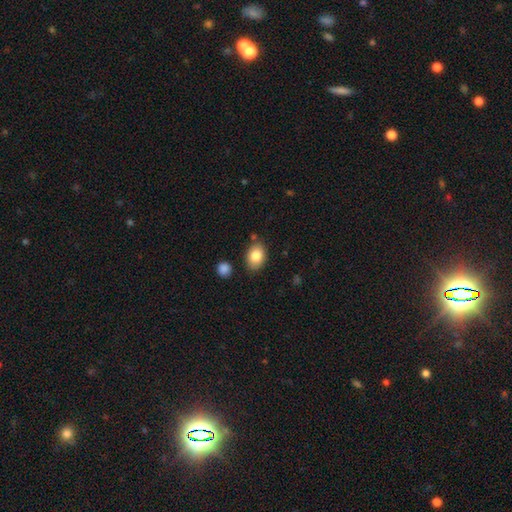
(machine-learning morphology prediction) Smooth or featured?
  - smooth: 83% *
  - featured or disk: 9%
  - star or artifact: 8%
How rounded?
  - in between: 81% *
  - round: 18%
  - cigar-shaped: 1%
Merging?
  - none: 80% *
  - minor disturbance: 13%
  - merger: 4%
  - major disturbance: 3%